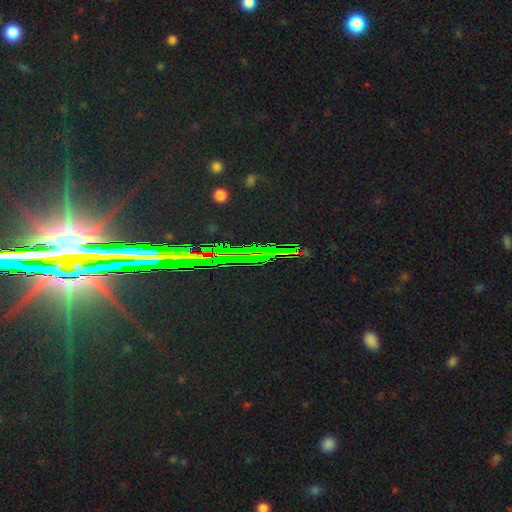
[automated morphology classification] star or artifact 78%, smooth 11%, featured or disk 10%.